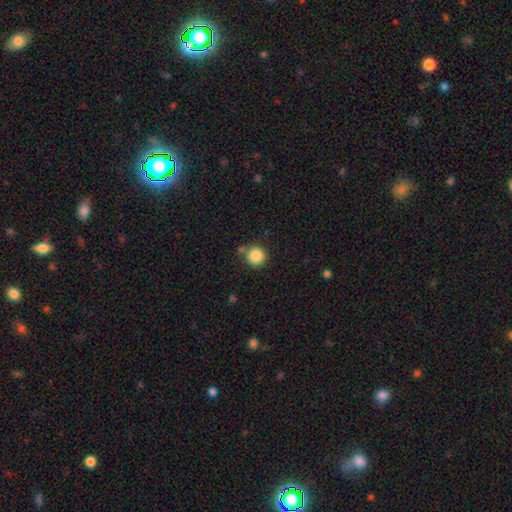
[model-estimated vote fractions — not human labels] smooth-or-featured: smooth: 87% | star or artifact: 9% | featured or disk: 4%
  how-rounded: round: 94% | in between: 5% | cigar-shaped: 1%
  merging: none: 78% | minor disturbance: 10% | merger: 9% | major disturbance: 3%